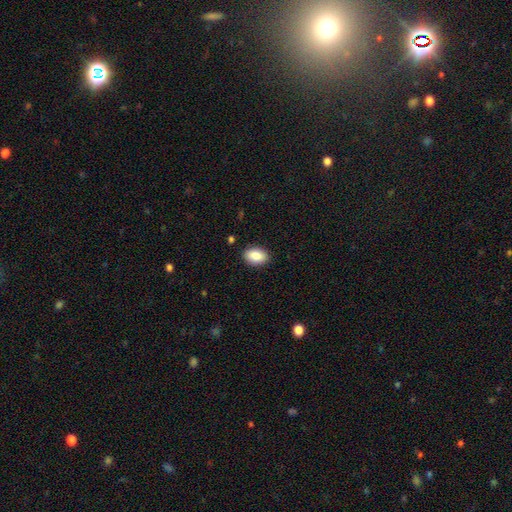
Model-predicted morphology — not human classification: Q: Smooth or featured?
A: smooth (88%); runner-up: star or artifact (7%)
Q: How rounded?
A: in between (87%); runner-up: round (12%)
Q: Merging?
A: none (88%); runner-up: minor disturbance (9%)